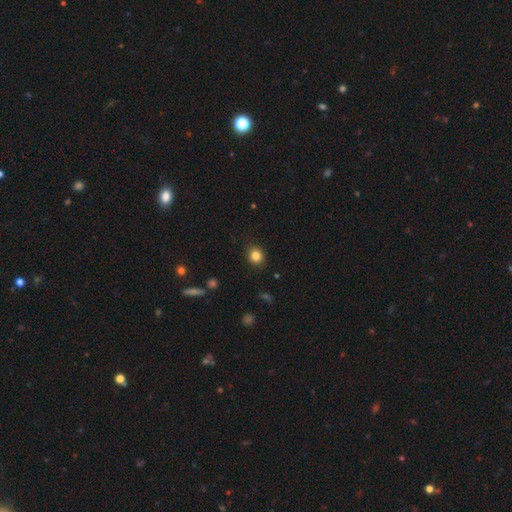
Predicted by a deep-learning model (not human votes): Smooth or featured: smooth — 84% (star or artifact — 11%)
How rounded: round — 80% (in between — 19%)
Merging: none — 89% (minor disturbance — 8%)